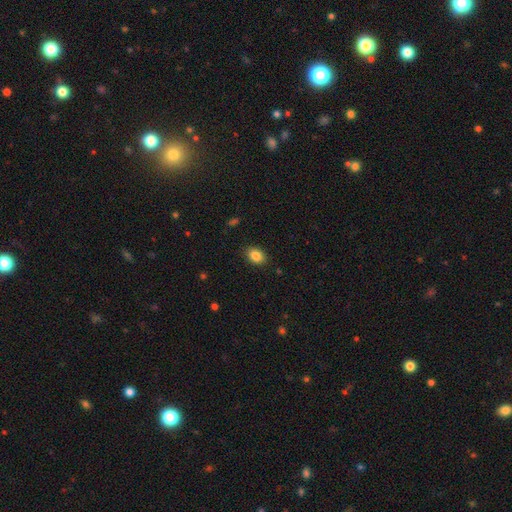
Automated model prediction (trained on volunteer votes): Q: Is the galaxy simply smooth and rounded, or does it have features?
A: smooth — 86%.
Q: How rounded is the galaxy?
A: in between — 77%.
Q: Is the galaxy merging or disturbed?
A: none — 88%.